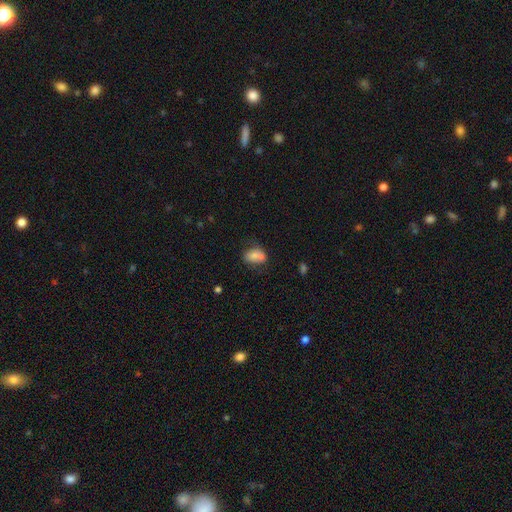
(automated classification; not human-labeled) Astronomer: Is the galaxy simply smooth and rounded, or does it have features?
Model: smooth — 74%.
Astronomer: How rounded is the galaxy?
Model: in between — 79%.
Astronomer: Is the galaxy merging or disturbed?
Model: none — 42% (runner-up: merger, 31%).